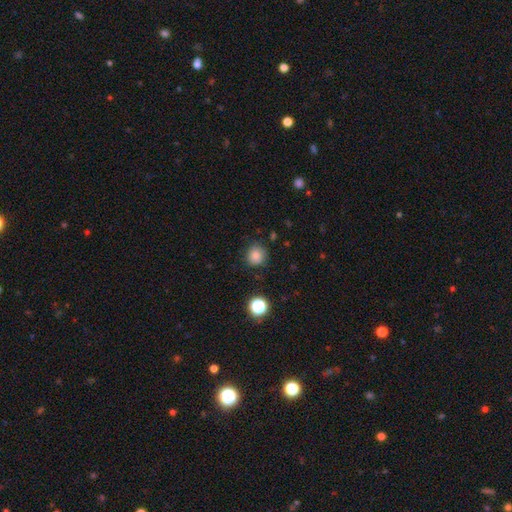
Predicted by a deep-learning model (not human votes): Morphology: type=smooth (83%); roundness=round (87%); merging=none (82%).